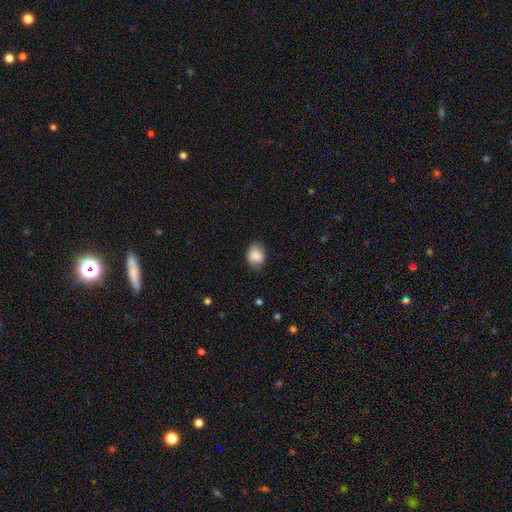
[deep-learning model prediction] Smooth or featured: smooth — 86% (star or artifact — 8%)
How rounded: round — 54% (in between — 45%)
Merging: none — 74% (minor disturbance — 20%)